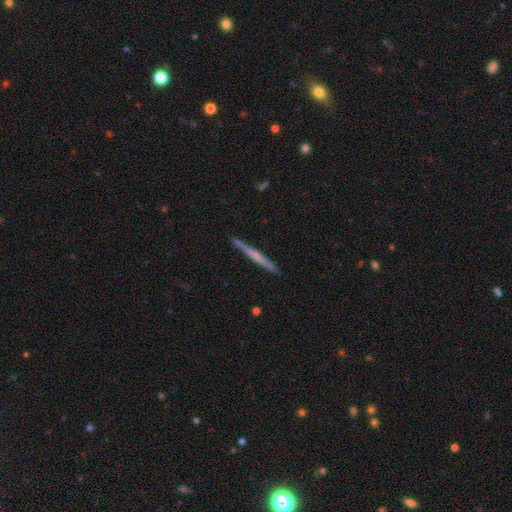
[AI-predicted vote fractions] Overall: featured or disk (57%; smooth 38%). Edge-on disk: yes (98%). Edge-on bulge: none (61%; rounded 28%). Merging: none (90%).